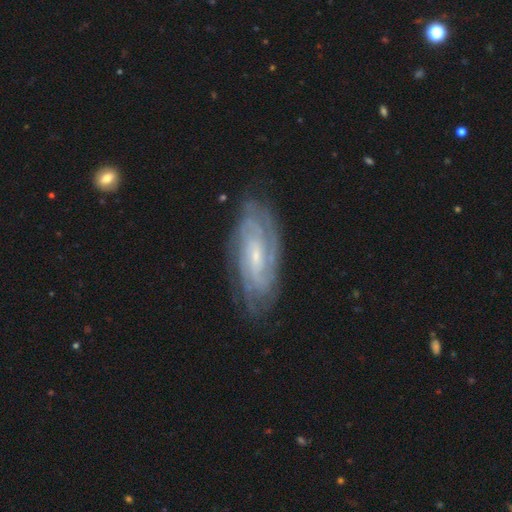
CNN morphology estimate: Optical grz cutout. It shows a featured or disk galaxy (84%) with no bar (46%), tight (71%) spiral arms (96%) and a small central bulge (75%). Merging: none (79%).